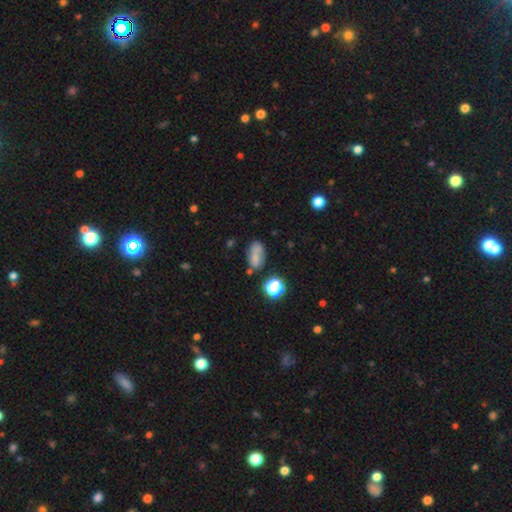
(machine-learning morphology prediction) This is likely a smooth galaxy (62%). How rounded: clearly in between (81%). Merging: possibly none (54%).